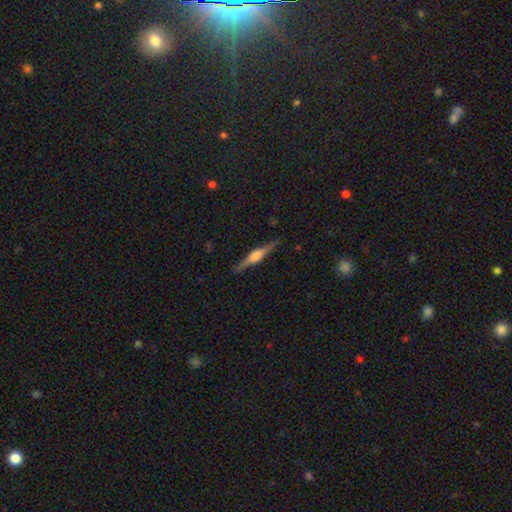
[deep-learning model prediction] This appears to be a featured or disk galaxy (78%) viewed edge-on (98%) with a rounded central bulge (69%). Merging: none (90%).